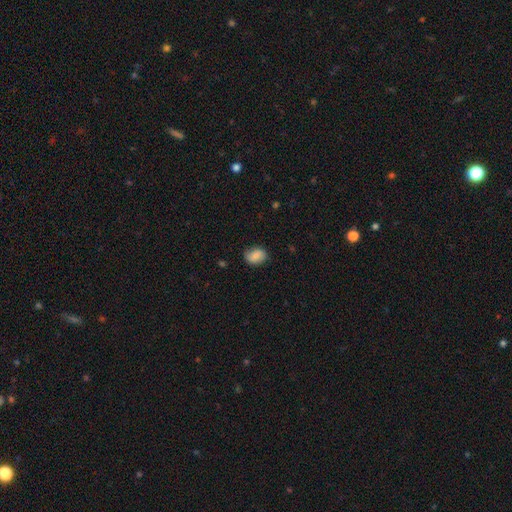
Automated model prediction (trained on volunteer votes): Overall: smooth (81%). How rounded: in between (72%). Merging: none (78%).